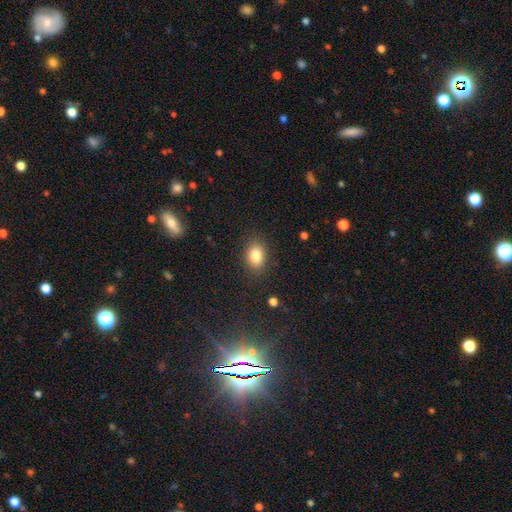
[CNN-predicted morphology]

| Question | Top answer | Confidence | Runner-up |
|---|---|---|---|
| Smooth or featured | smooth | 83% | star or artifact (10%) |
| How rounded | in between | 69% | round (30%) |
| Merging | none | 85% | minor disturbance (10%) |